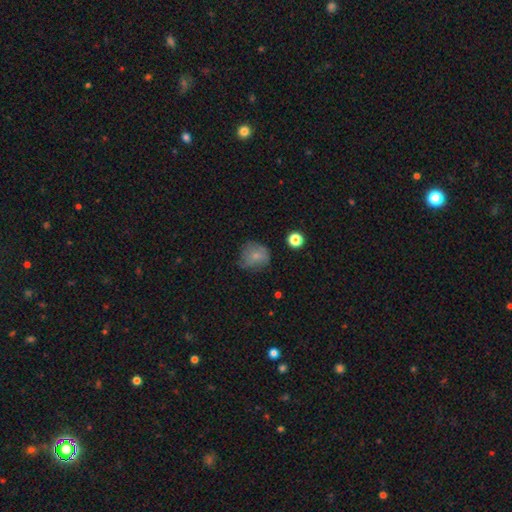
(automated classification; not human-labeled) smooth 73%, featured or disk 16%, star or artifact 11%. Down the decision tree: how rounded — round (80%); merging — none (57%).